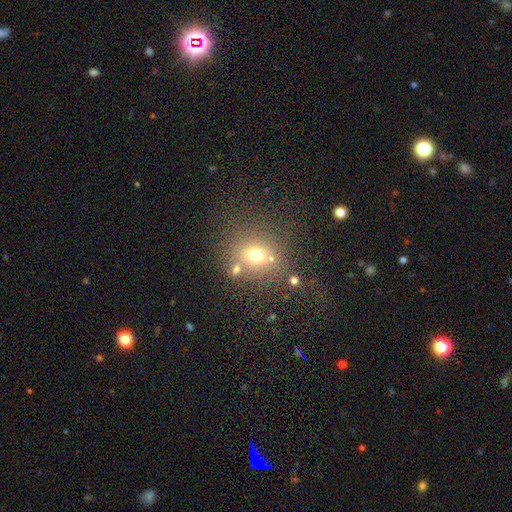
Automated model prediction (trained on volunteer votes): Smooth or featured? Predicted: smooth (p=0.67). How rounded? Predicted: round (p=0.75). Merging? Predicted: none (p=0.69).